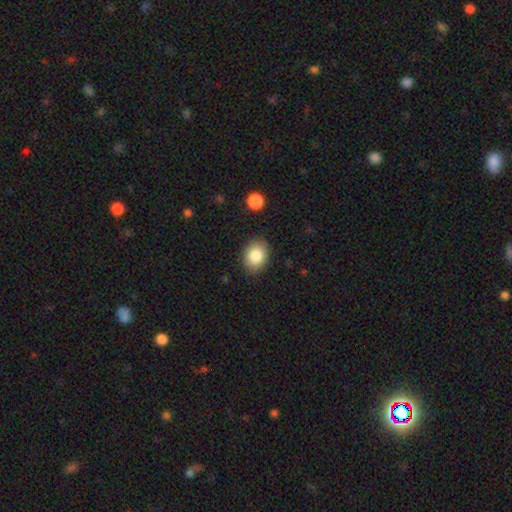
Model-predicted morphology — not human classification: Smooth or featured?
  - smooth: 85% *
  - star or artifact: 8%
  - featured or disk: 7%
How rounded?
  - in between: 57% *
  - round: 42%
  - cigar-shaped: 1%
Merging?
  - none: 86% *
  - minor disturbance: 10%
  - major disturbance: 2%
  - merger: 2%